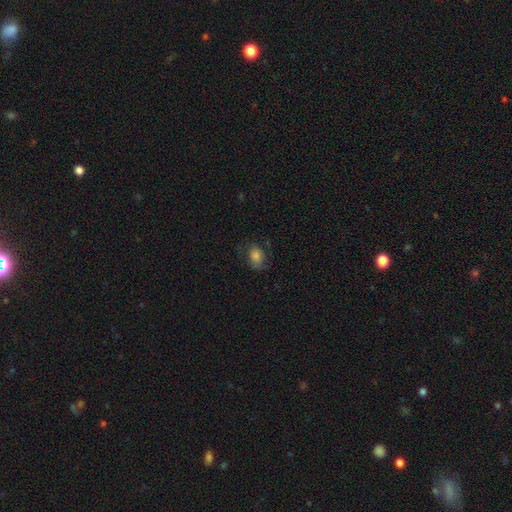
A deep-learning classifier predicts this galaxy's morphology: A smooth galaxy with no disk features (68%) that is in between round and cigar-shaped (73%). Merging: none (64%).